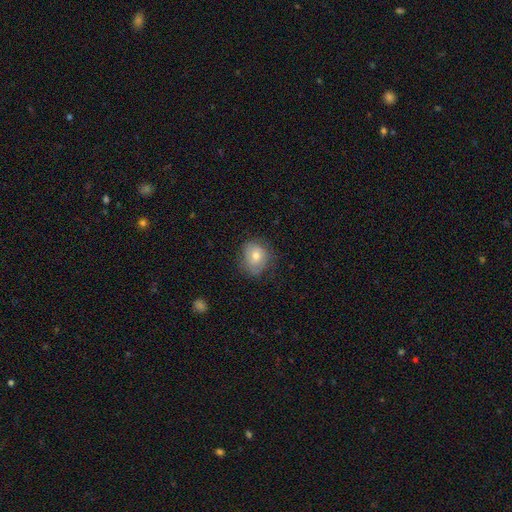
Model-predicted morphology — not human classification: type=smooth (68%); roundness=round (69%); merging=none (69%).